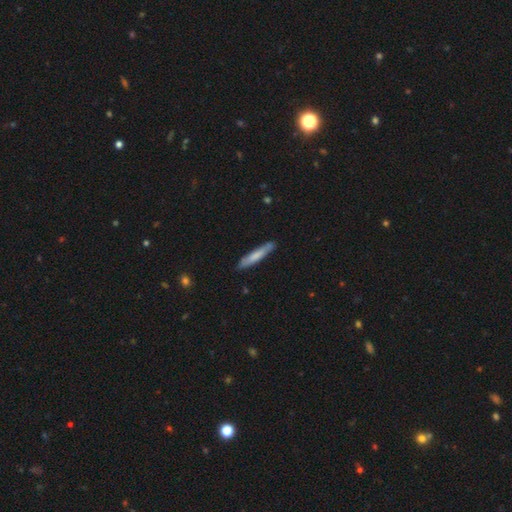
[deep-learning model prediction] Morphology: type=smooth (69%); roundness=cigar-shaped (91%); merging=none (83%).